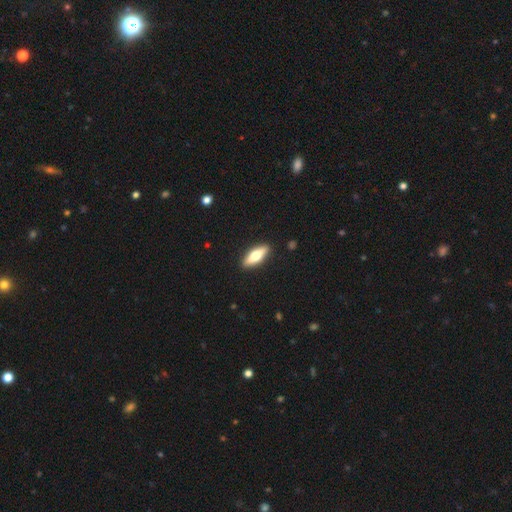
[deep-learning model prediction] This appears to be a smooth galaxy with no disk features (57%) that is in between round and cigar-shaped (52%). Merging: none (90%).